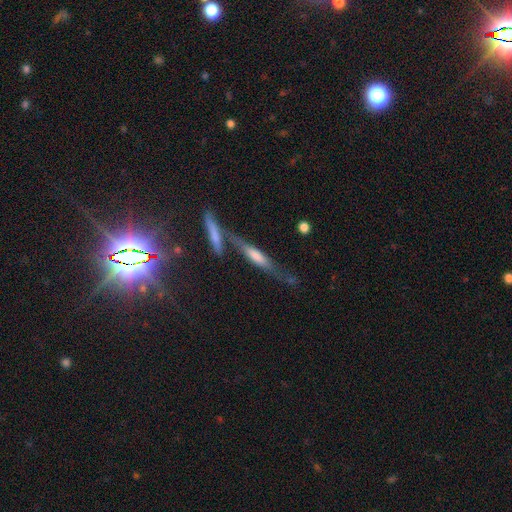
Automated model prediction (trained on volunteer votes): smooth_or_featured: featured or disk (p=0.56) [alt: smooth p=0.33]
disk_edge_on: yes (p=0.83) [alt: no p=0.17]
merging: none (p=0.54) [alt: merger p=0.22]